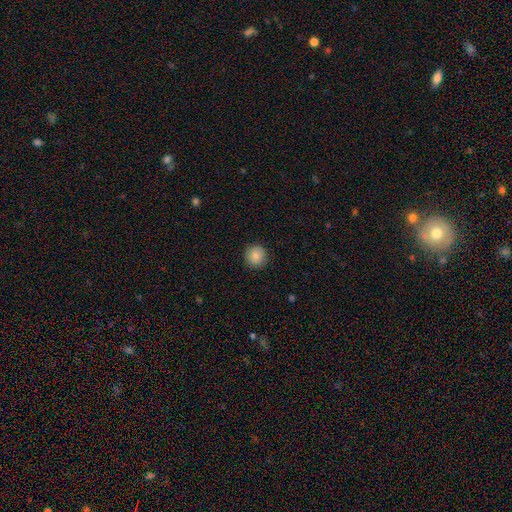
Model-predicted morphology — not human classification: smooth_or_featured: smooth (p=0.86) [alt: star or artifact p=0.08]
how_rounded: round (p=0.93) [alt: in between p=0.06]
merging: none (p=0.89) [alt: minor disturbance p=0.08]